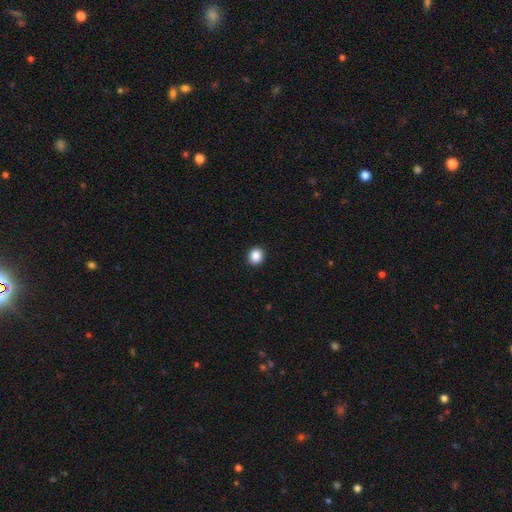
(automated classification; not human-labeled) Smooth or featured? smooth (88%)
How rounded? round (87%)
Merging? none (93%)